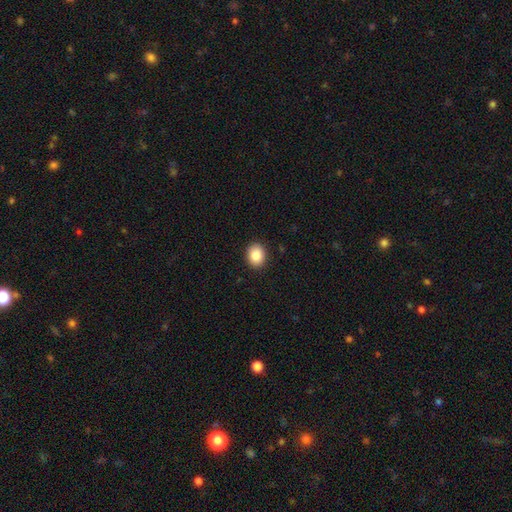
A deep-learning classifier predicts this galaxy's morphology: A smooth galaxy with no disk features (86%) that is round (56%).

Vote fractions:
- Smooth or featured? smooth: 86% / star or artifact: 8% / featured or disk: 6%
- How rounded? round: 56% / in between: 43% / cigar-shaped: 1%
- Merging? none: 90% / minor disturbance: 7% / major disturbance: 2% / merger: 1%